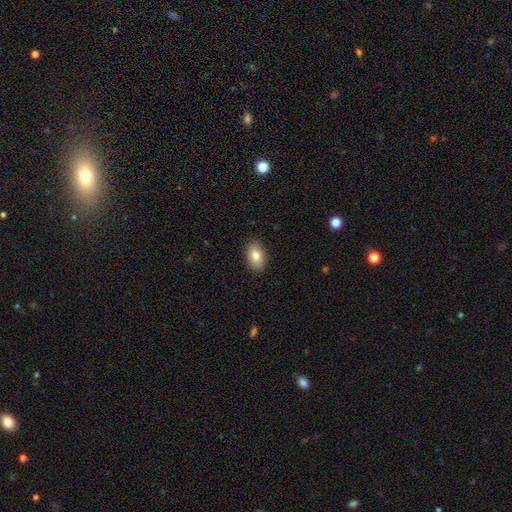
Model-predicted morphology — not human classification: Overall: smooth (82%). How rounded: in between (89%). Merging: none (89%).